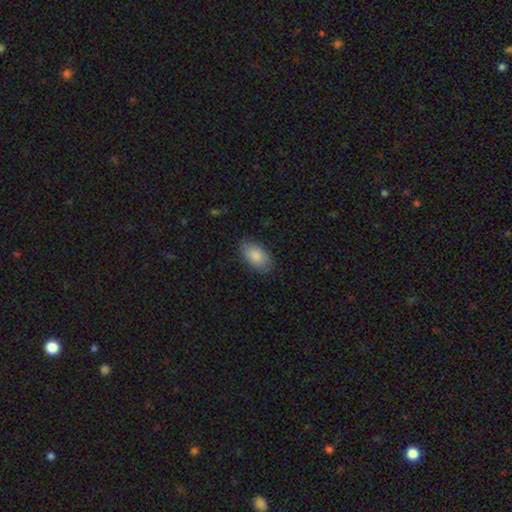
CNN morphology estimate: A smooth galaxy with no disk features (85%) that is in between round and cigar-shaped (94%).

Vote fractions:
- Smooth or featured? smooth: 85% / featured or disk: 9% / star or artifact: 6%
- How rounded? in between: 94% / round: 5% / cigar-shaped: 2%
- Merging? none: 82% / minor disturbance: 14% / major disturbance: 3% / merger: 1%